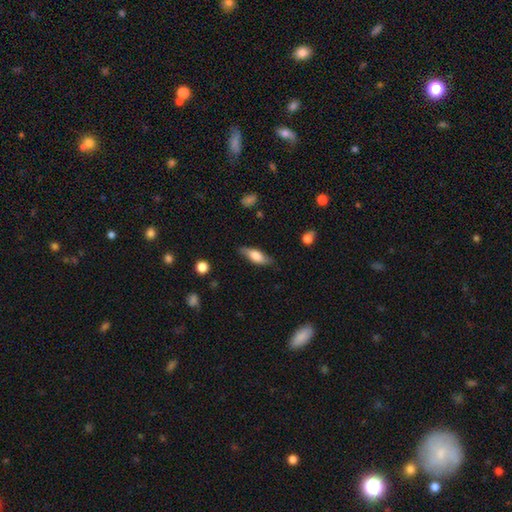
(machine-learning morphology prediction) Q: Smooth or featured?
A: smooth (63%); runner-up: featured or disk (30%)
Q: How rounded?
A: in between (63%); runner-up: cigar-shaped (34%)
Q: Merging?
A: none (76%); runner-up: minor disturbance (18%)